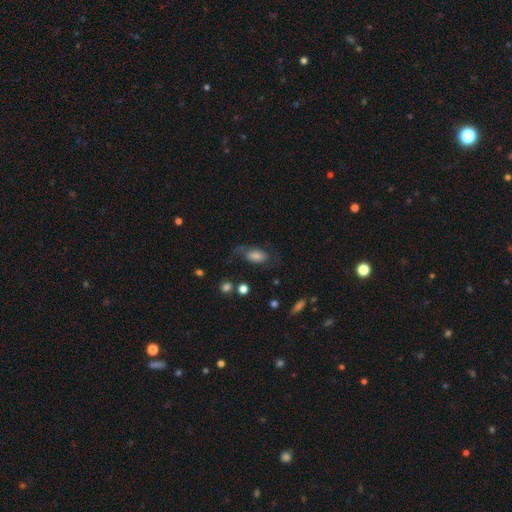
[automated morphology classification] The model was most divided on "smooth or featured": smooth: 54%, featured or disk: 33%, star or artifact: 12%. More confident: how rounded — in between (86%); merging — none (51%).